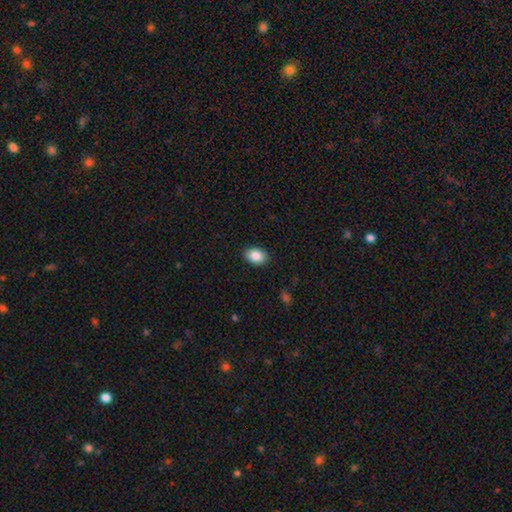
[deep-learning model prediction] A smooth galaxy with no disk features (87%) that is in between round and cigar-shaped (79%). Merging: none (89%).